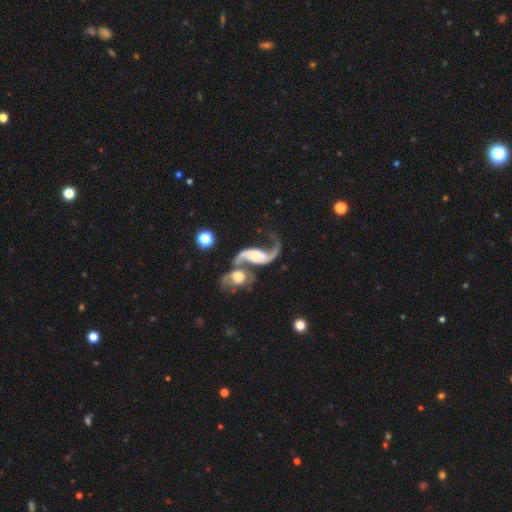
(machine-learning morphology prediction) featured or disk 89%, smooth 6%, star or artifact 5%. Down the decision tree: edge-on disk — no (96%); bar — no (46%); spiral arms — yes (96%); spiral arm count — 2 (90%); spiral winding — loose (79%); bulge size — small (40%); merging — merger (58%).